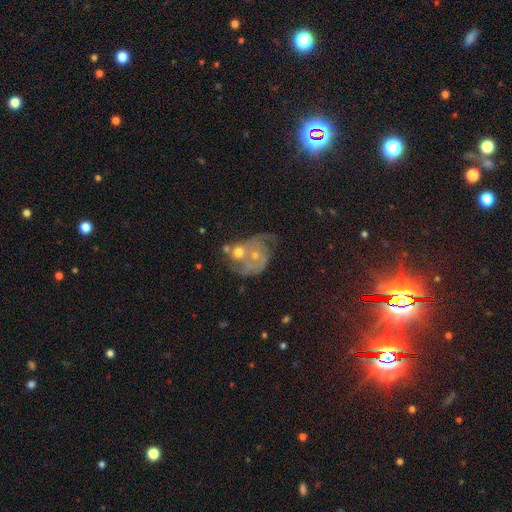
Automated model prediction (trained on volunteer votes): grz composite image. It shows a featured or disk galaxy (70%) with no bar (78%), 2 (47%) medium (41%) spiral arms (82%) and a small central bulge (53%). Merging: merger (36%).